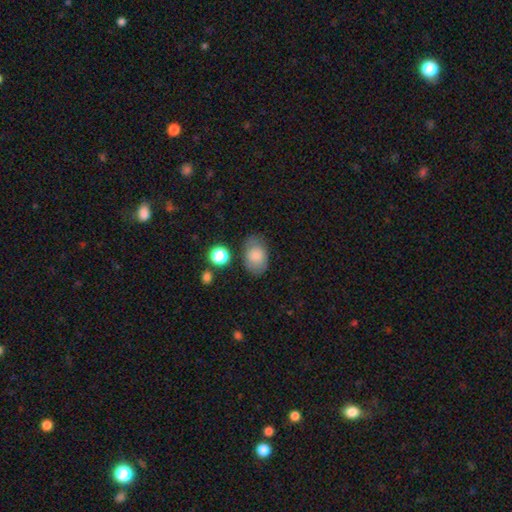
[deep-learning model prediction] The model was most divided on "merging": none: 71%, minor disturbance: 19%, major disturbance: 6%, merger: 4%. More confident: how rounded — in between (83%); smooth or featured — smooth (79%).